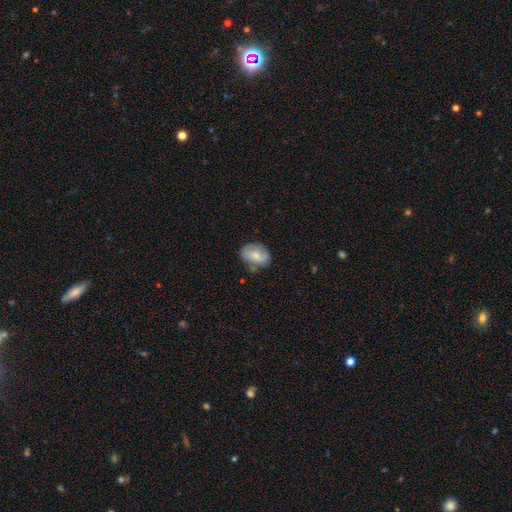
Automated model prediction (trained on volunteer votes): Smooth or featured? smooth (52%)
How rounded? in between (72%)
Merging? none (68%)